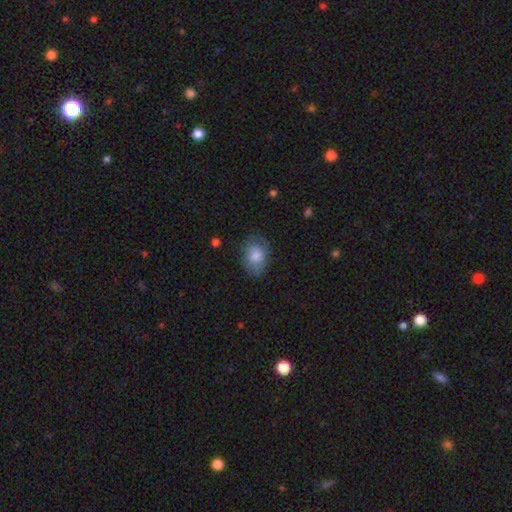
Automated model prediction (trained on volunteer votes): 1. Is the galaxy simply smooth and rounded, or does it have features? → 80% smooth, 13% featured or disk, 7% star or artifact.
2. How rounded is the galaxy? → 75% in between, 24% round, 1% cigar-shaped.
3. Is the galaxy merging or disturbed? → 70% none, 23% minor disturbance, 6% major disturbance, 1% merger.